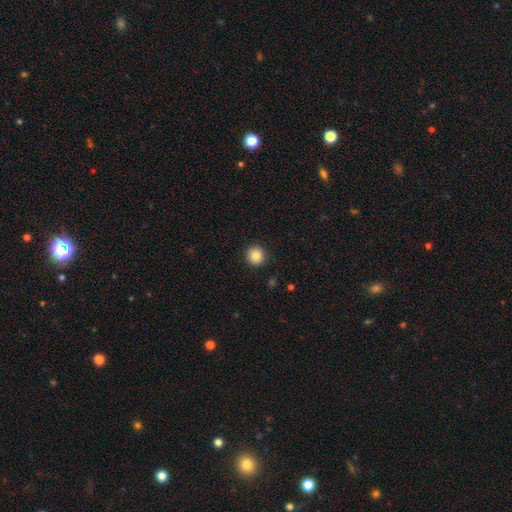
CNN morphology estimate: This is clearly a smooth galaxy (87%). How rounded: clearly round (93%). Merging: clearly none (91%).